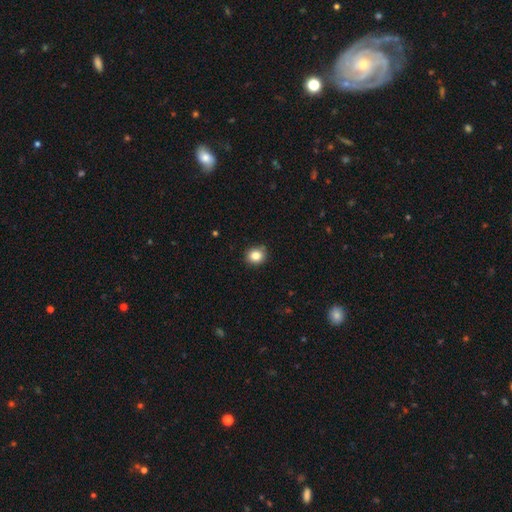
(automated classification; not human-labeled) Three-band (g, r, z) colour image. It shows a smooth galaxy with no disk features (84%) that is round (80%). Merging: none (86%).